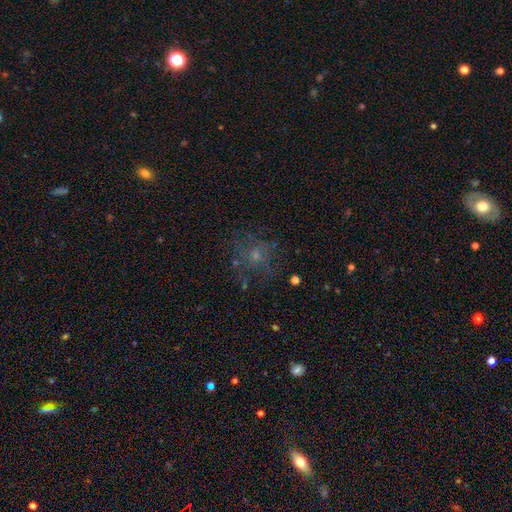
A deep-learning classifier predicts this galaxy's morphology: smooth-or-featured: smooth: 41% | featured or disk: 35% | star or artifact: 24%
  merging: none: 65% | minor disturbance: 17% | major disturbance: 16% | merger: 2%